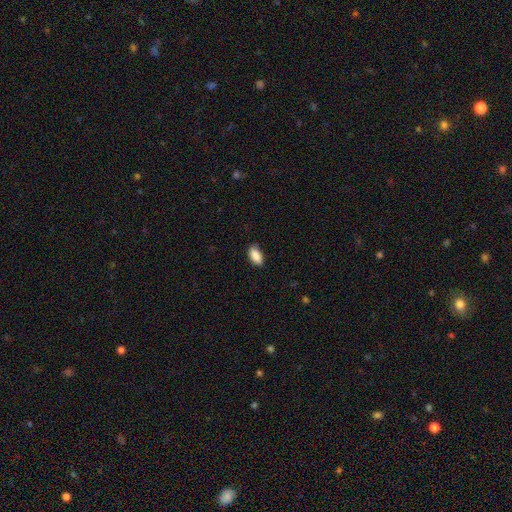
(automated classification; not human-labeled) A smooth galaxy with no disk features (89%) that is in between round and cigar-shaped (92%).

Vote fractions:
- Smooth or featured? smooth: 89% / star or artifact: 7% / featured or disk: 4%
- How rounded? in between: 92% / cigar-shaped: 5% / round: 3%
- Merging? none: 83% / minor disturbance: 14% / major disturbance: 2% / merger: 1%